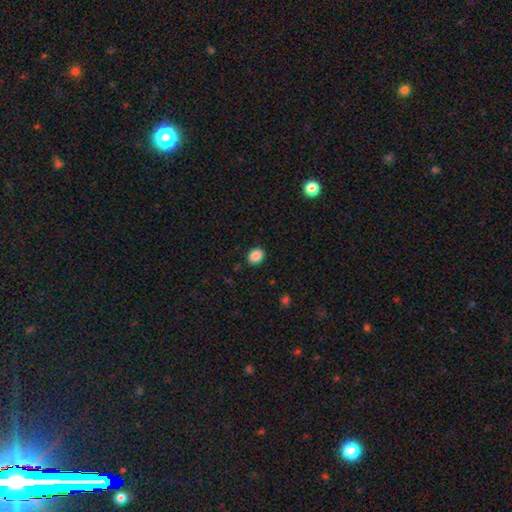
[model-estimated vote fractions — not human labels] smooth_or_featured: smooth (p=0.88) [alt: star or artifact p=0.09]
how_rounded: round (p=0.54) [alt: in between p=0.45]
merging: none (p=0.89) [alt: minor disturbance p=0.08]